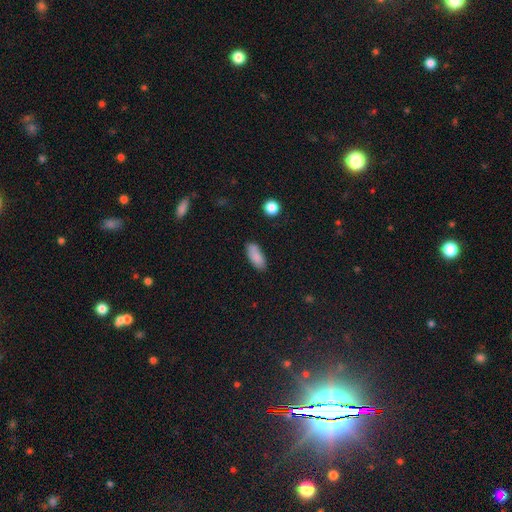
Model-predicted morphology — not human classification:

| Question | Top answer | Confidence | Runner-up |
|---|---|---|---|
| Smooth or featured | smooth | 87% | star or artifact (7%) |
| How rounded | in between | 81% | cigar-shaped (17%) |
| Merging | none | 80% | minor disturbance (15%) |